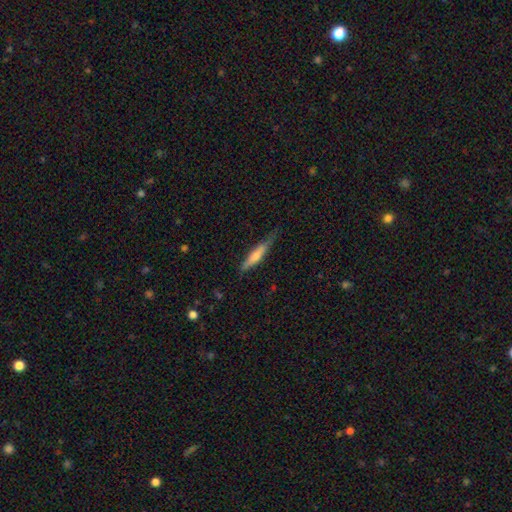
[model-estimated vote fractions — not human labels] Morphology: type=smooth (53%); roundness=cigar-shaped (89%); merging=none (69%).